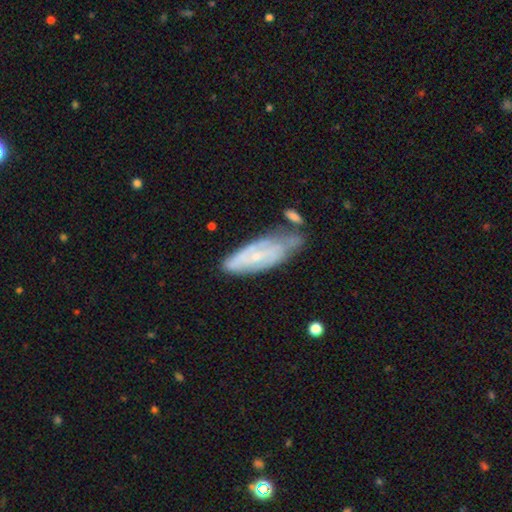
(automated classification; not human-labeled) Smooth or featured: featured or disk — 62% (smooth — 31%)
Edge-on disk: no — 84% (yes — 16%)
Bar: no — 64% (weak — 28%)
Spiral arms: yes — 68% (no — 32%)
Bulge size: small — 74% (moderate — 21%)
Merging: none — 43% (minor disturbance — 30%)